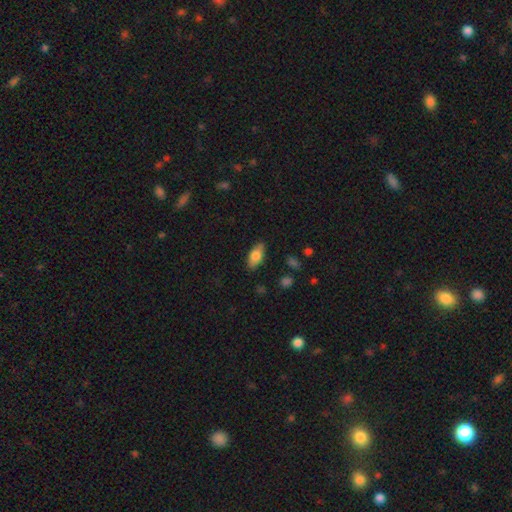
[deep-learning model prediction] This is likely a smooth galaxy (80%). How rounded: clearly in between (87%). Merging: clearly none (86%).